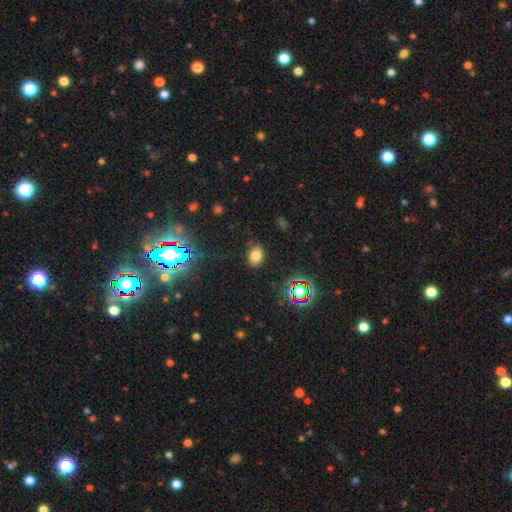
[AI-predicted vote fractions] Overall: smooth (73%). How rounded: in between (65%; round 34%). Merging: none (82%).